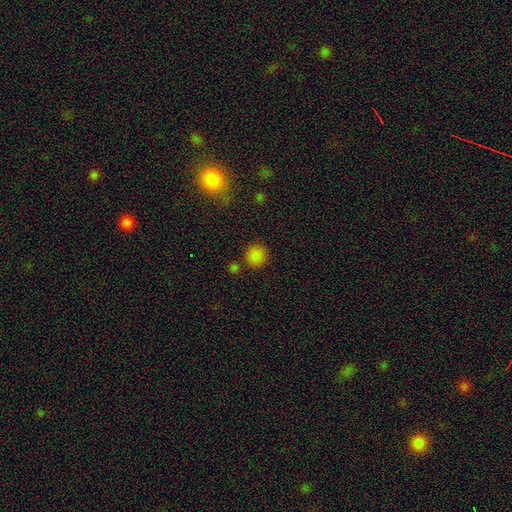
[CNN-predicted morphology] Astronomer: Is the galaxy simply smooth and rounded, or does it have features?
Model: smooth — 83%.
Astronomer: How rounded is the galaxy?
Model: round — 91%.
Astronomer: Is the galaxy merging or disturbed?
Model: none — 82%.